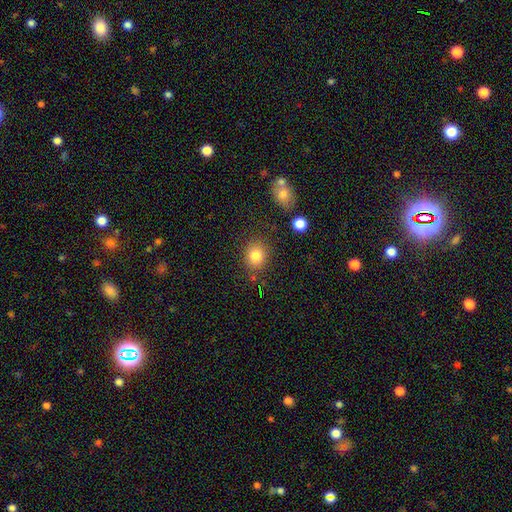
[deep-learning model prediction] Morphology: type=smooth (82%); roundness=round (72%); merging=none (81%).